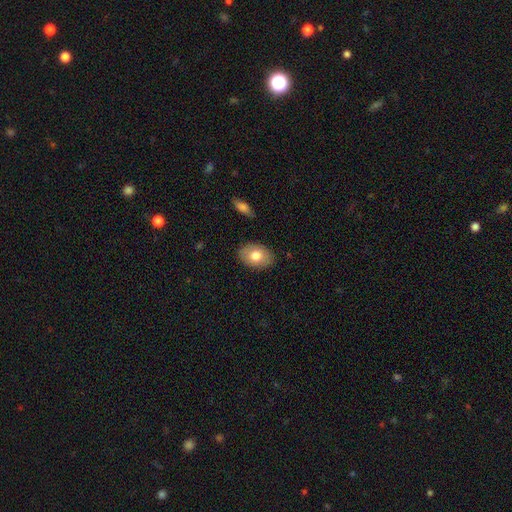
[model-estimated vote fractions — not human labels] This appears to be a smooth galaxy with no disk features (76%) that is in between round and cigar-shaped (82%). Merging: none (86%).